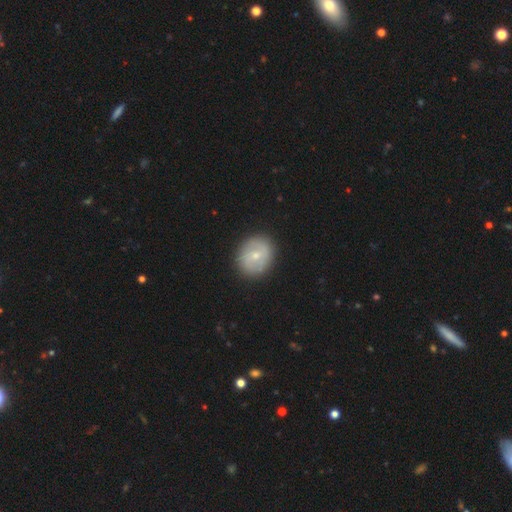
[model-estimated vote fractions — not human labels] Smooth or featured: smooth — 47% (tied with featured or disk — 47%)
Merging: none — 87% (minor disturbance — 9%)